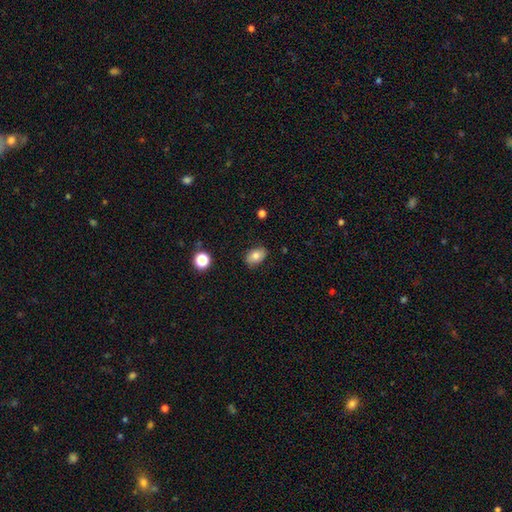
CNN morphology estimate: A smooth galaxy with no disk features (80%) that is in between round and cigar-shaped (85%).

Vote fractions:
- Smooth or featured? smooth: 80% / featured or disk: 11% / star or artifact: 9%
- How rounded? in between: 85% / round: 13% / cigar-shaped: 1%
- Merging? none: 84% / minor disturbance: 13% / major disturbance: 2% / merger: 1%